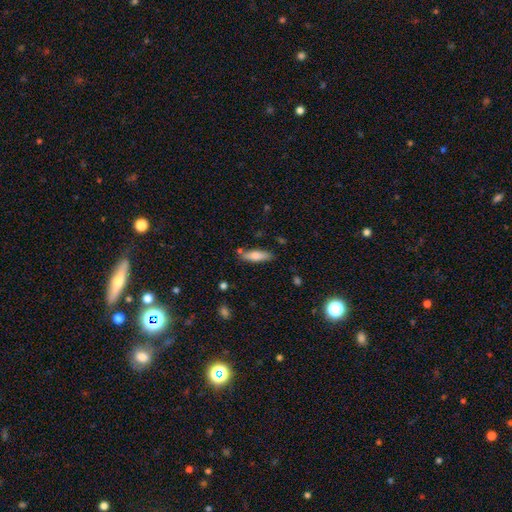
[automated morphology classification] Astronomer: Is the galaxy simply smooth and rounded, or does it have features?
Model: smooth — 73%.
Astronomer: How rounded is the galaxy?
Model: cigar-shaped — 57% (runner-up: in between, 42%).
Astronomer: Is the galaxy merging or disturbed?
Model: none — 77%.